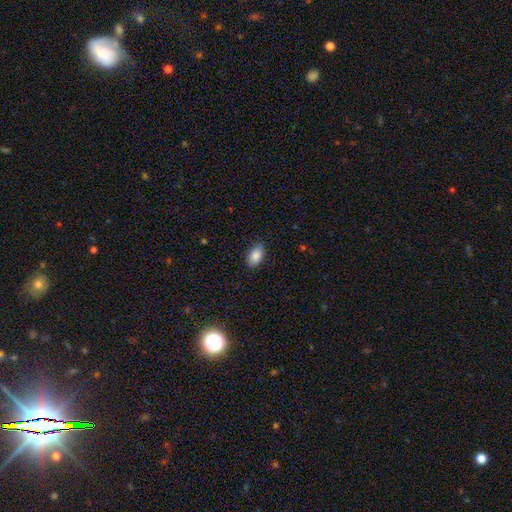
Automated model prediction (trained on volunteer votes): Morphology: type=smooth (88%); roundness=in between (92%); merging=none (83%).